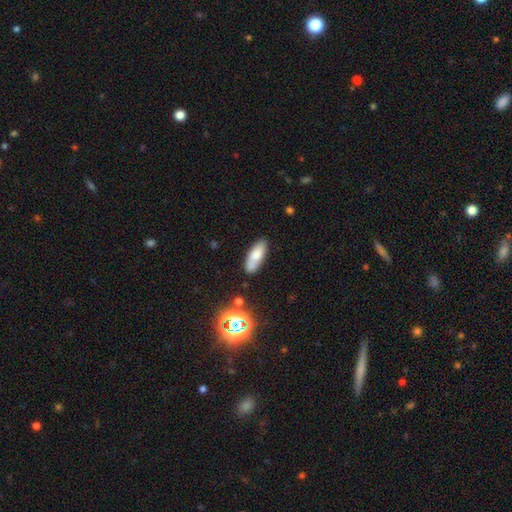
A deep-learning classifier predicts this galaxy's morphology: Overall: smooth (74%). How rounded: in between (69%; cigar-shaped 29%). Merging: none (73%).